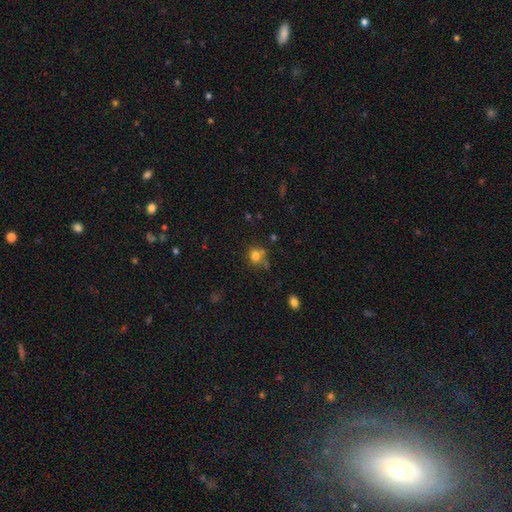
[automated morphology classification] This is likely a smooth galaxy (77%). How rounded: clearly round (81%). Merging: likely none (61%).